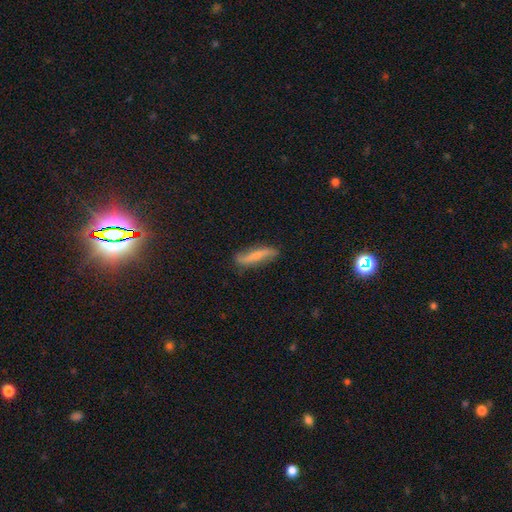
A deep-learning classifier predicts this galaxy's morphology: This is possibly a smooth galaxy (50%). How rounded: clearly cigar-shaped (81%). Merging: likely none (77%).